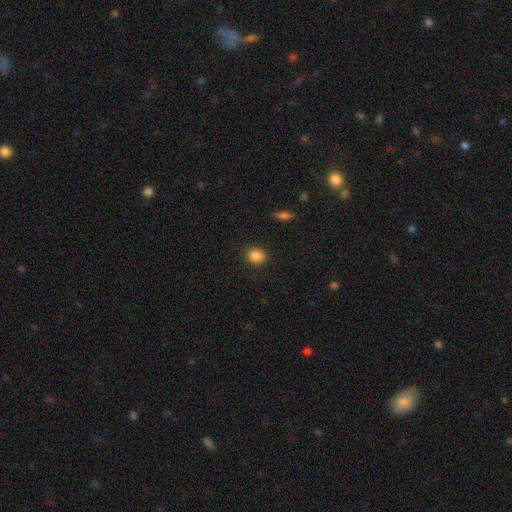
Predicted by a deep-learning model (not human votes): The model was most divided on "how rounded": round: 59%, in between: 40%, cigar-shaped: 1%. More confident: smooth or featured — smooth (85%); merging — none (85%).